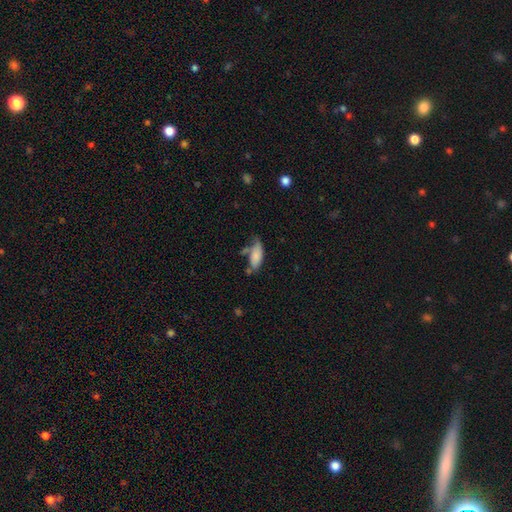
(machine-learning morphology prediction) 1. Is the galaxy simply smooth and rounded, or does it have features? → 79% smooth, 13% featured or disk, 7% star or artifact.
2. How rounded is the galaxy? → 76% in between, 22% cigar-shaped, 2% round.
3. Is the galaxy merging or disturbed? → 44% none, 28% minor disturbance, 17% merger, 11% major disturbance.